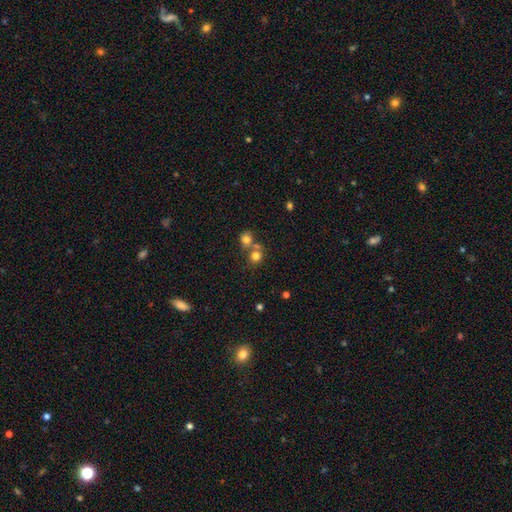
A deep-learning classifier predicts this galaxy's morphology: smooth_or_featured: smooth (p=0.75) [alt: star or artifact p=0.15]
how_rounded: round (p=0.84) [alt: in between p=0.15]
merging: none (p=0.46) [alt: merger p=0.44]